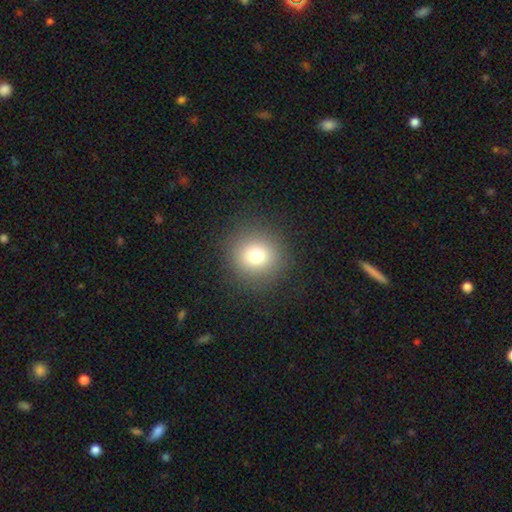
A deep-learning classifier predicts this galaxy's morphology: This appears to be a smooth galaxy with no disk features (76%) that is round (93%). Merging: none (90%).